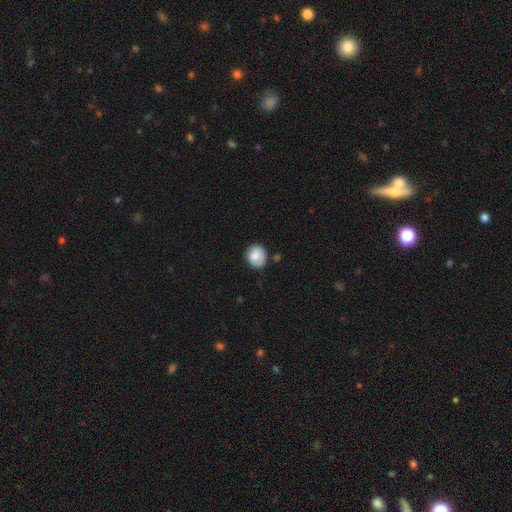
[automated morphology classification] Q: Smooth or featured?
A: smooth (83%); runner-up: featured or disk (9%)
Q: How rounded?
A: round (75%); runner-up: in between (24%)
Q: Merging?
A: none (71%); runner-up: minor disturbance (22%)